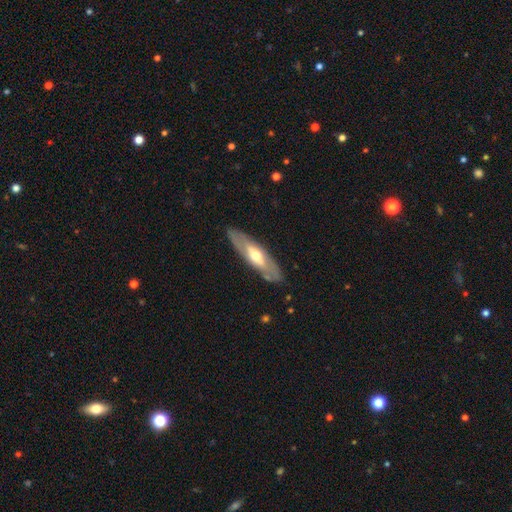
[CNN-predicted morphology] Smooth or featured: featured or disk — 56% (smooth — 39%)
Edge-on disk: no — 57% (yes — 43%)
Merging: none — 83% (minor disturbance — 12%)